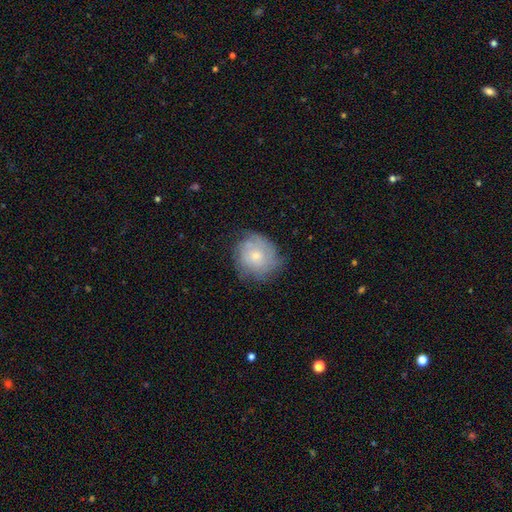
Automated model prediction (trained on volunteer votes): The model was most divided on "smooth or featured": featured or disk: 47%, smooth: 44%, star or artifact: 9%. More confident: merging — none (69%).